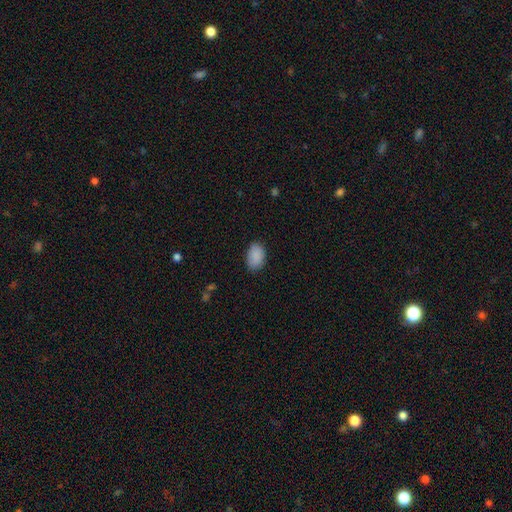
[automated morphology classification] Smooth or featured? Predicted: smooth (p=0.90). How rounded? Predicted: in between (p=0.88). Merging? Predicted: none (p=0.82).